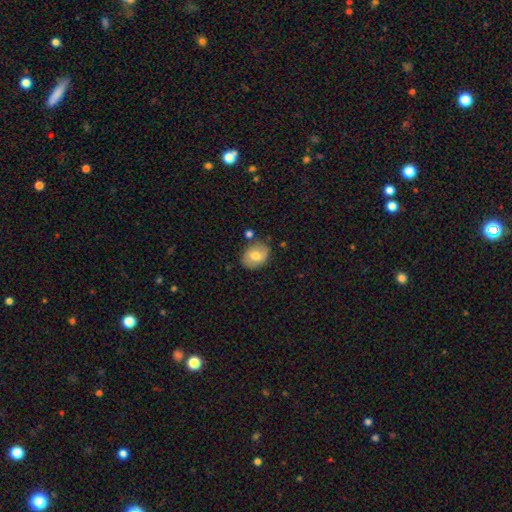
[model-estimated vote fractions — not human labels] smooth-or-featured: smooth: 67% | featured or disk: 25% | star or artifact: 8%
  how-rounded: in between: 60% | round: 39% | cigar-shaped: 1%
  merging: none: 75% | minor disturbance: 16% | merger: 5% | major disturbance: 4%